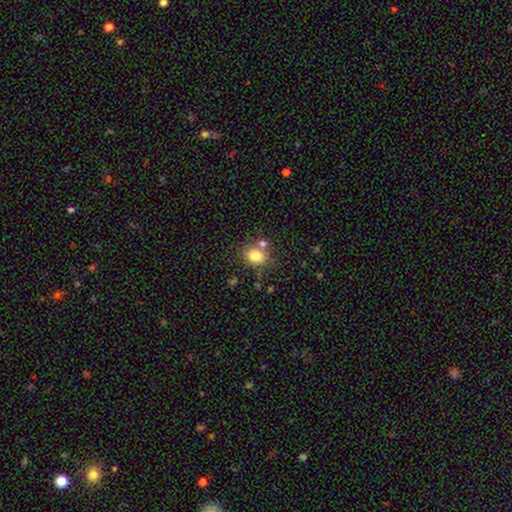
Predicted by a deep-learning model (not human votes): A smooth galaxy with no disk features (79%) that is in between round and cigar-shaped (51%).

Vote fractions:
- Smooth or featured? smooth: 79% / star or artifact: 10% / featured or disk: 10%
- How rounded? in between: 51% / round: 48% / cigar-shaped: 1%
- Merging? none: 62% / merger: 21% / minor disturbance: 13% / major disturbance: 4%